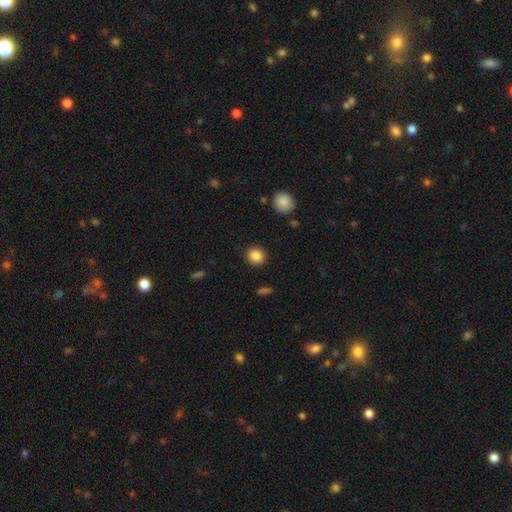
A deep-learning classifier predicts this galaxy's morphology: A smooth galaxy with no disk features (87%) that is round (89%). Merging: none (91%).